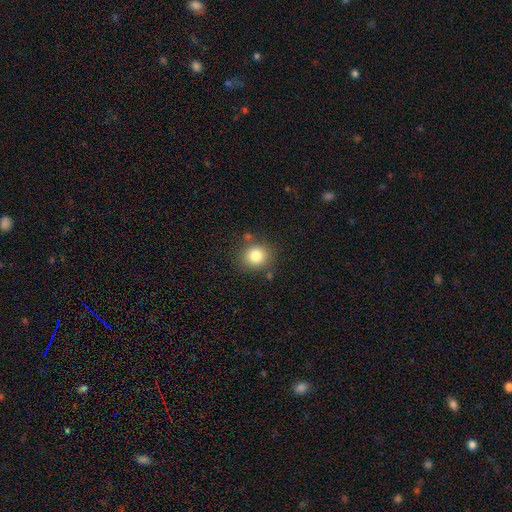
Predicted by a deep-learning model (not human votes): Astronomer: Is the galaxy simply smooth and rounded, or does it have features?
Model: smooth — 81%.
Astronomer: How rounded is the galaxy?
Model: round — 84%.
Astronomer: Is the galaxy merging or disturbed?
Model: none — 81%.